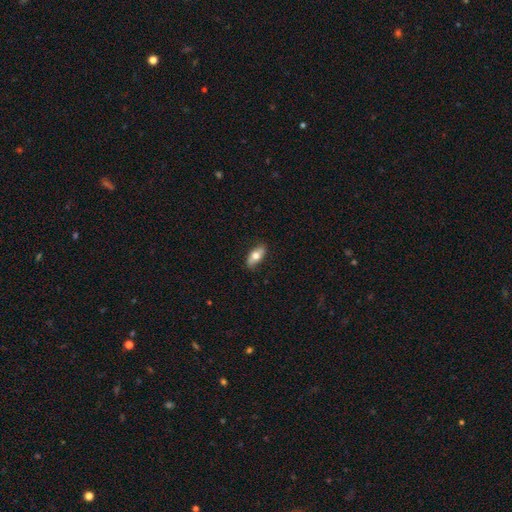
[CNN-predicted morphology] The model was most divided on "smooth or featured": smooth: 64%, featured or disk: 30%, star or artifact: 6%. More confident: merging — none (84%); how rounded — in between (82%).